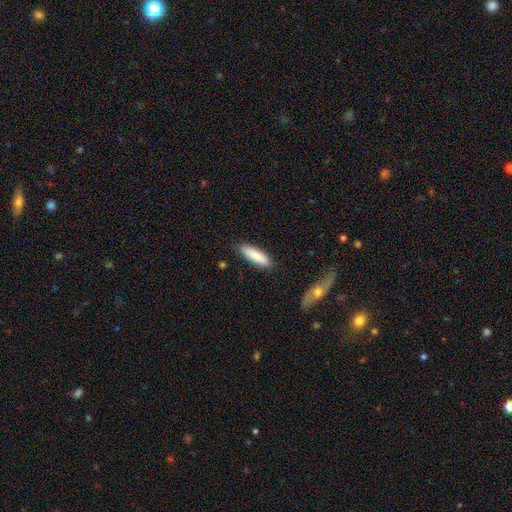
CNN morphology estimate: This is clearly a smooth galaxy (85%). How rounded: possibly cigar-shaped (56%). Merging: clearly none (86%).